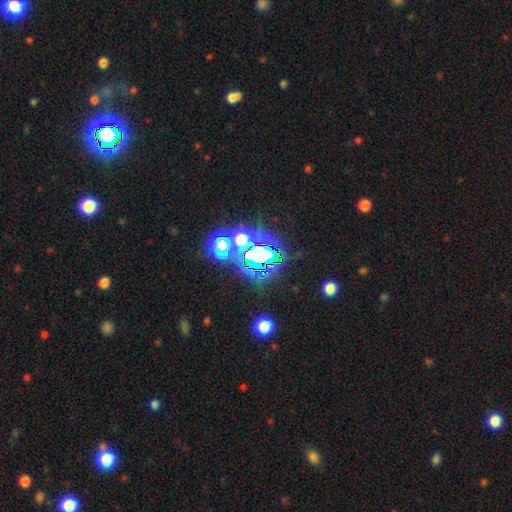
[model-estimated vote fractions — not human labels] A star or artifact, not a galaxy (75%).

Vote fractions:
- Smooth or featured? star or artifact: 75% / smooth: 15% / featured or disk: 10%